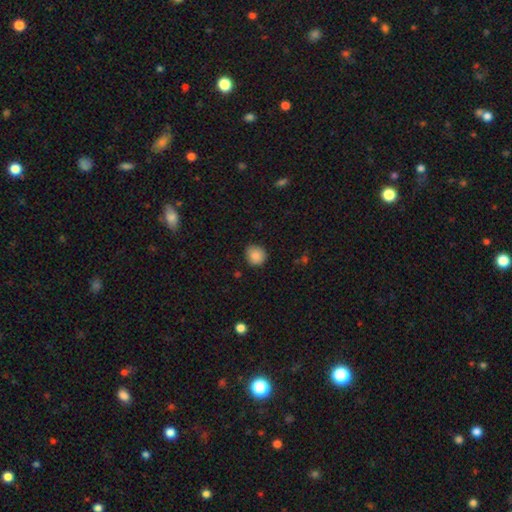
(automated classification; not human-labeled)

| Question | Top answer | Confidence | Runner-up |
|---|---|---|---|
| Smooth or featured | smooth | 88% | star or artifact (9%) |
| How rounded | round | 85% | in between (14%) |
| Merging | none | 85% | minor disturbance (11%) |